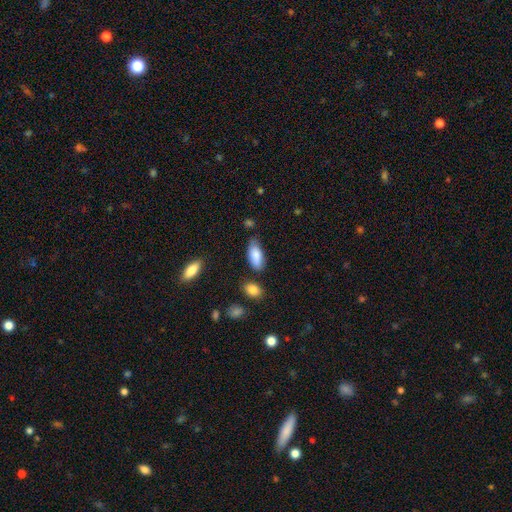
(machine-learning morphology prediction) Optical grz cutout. It shows a smooth galaxy with no disk features (86%) that is in between round and cigar-shaped (88%). Merging: none (62%).